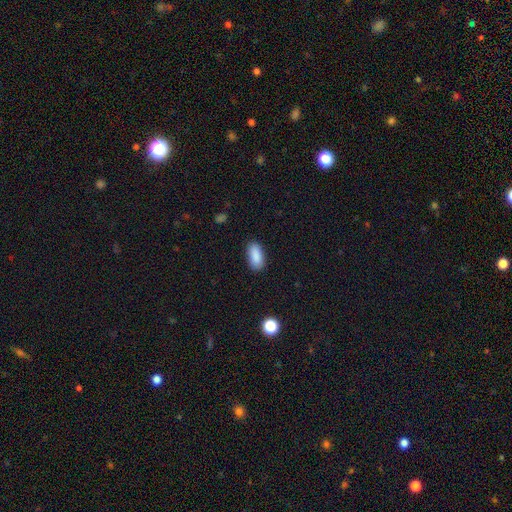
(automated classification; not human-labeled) Smooth or featured? Predicted: smooth (p=0.89). How rounded? Predicted: in between (p=0.89). Merging? Predicted: none (p=0.86).